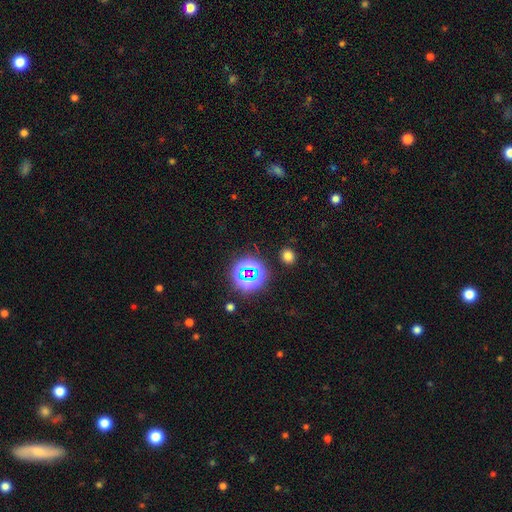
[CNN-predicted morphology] Smooth or featured? Predicted: star or artifact (p=0.74).